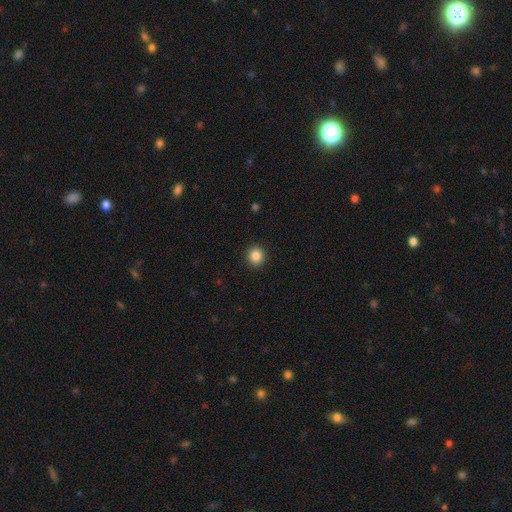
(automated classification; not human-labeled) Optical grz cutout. It shows a smooth galaxy with no disk features (85%) that is round (91%). Merging: none (93%).